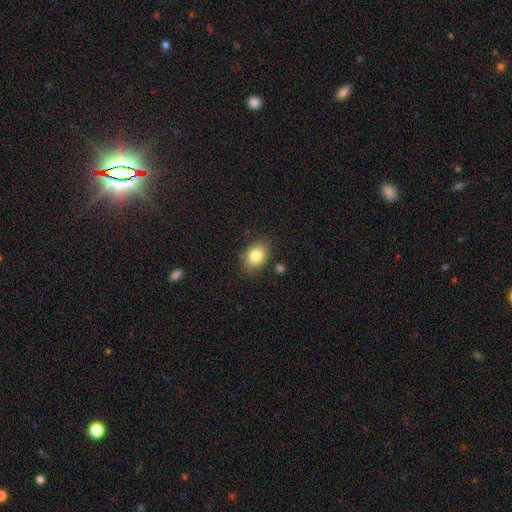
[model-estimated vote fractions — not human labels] This appears to be a smooth galaxy with no disk features (82%) that is in between round and cigar-shaped (70%). Merging: none (82%).